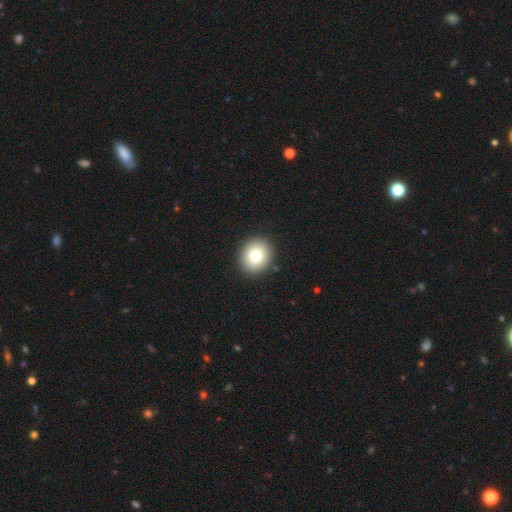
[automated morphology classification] type=smooth (79%); roundness=round (81%); merging=none (91%).